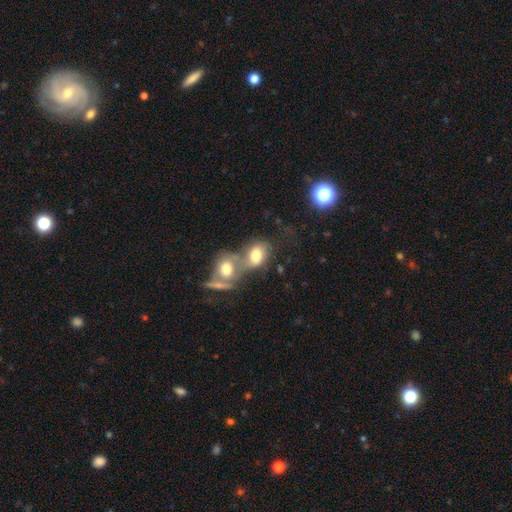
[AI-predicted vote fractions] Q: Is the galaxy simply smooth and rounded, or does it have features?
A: smooth — 69%.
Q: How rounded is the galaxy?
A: in between — 65%.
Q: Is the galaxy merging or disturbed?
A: merger — 59%.